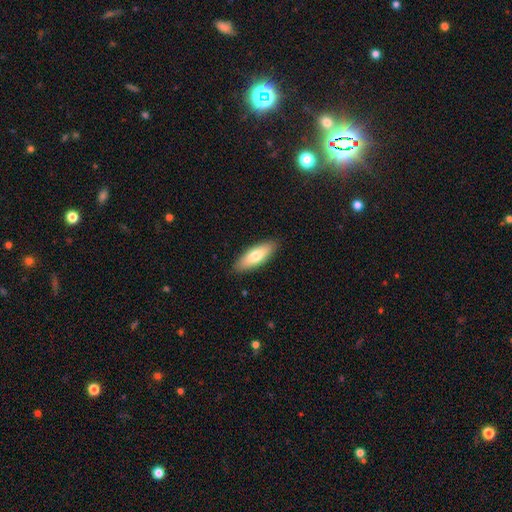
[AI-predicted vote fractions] Smooth or featured: smooth — 73% (featured or disk — 21%)
How rounded: in between — 61% (cigar-shaped — 37%)
Merging: none — 89% (minor disturbance — 8%)